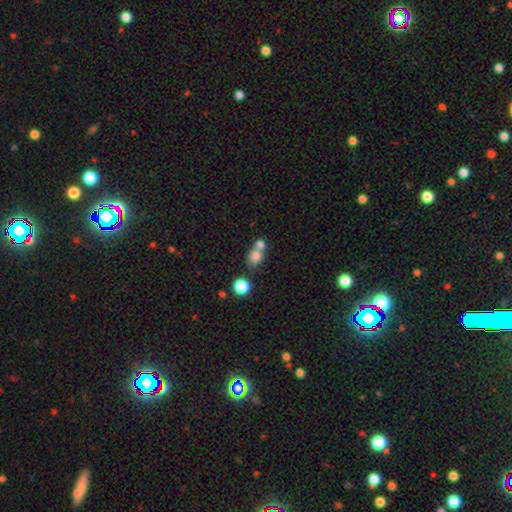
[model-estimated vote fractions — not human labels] Smooth or featured? Predicted: smooth (p=0.76). How rounded? Predicted: round (p=0.62). Merging? Predicted: merger (p=0.47).